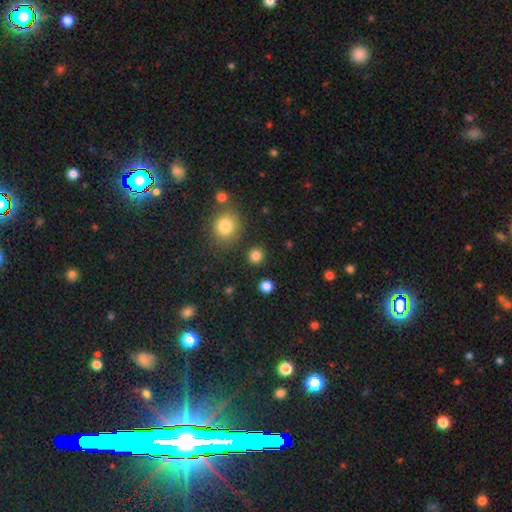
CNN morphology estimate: Smooth or featured?
  - smooth: 84% *
  - star or artifact: 13%
  - featured or disk: 4%
How rounded?
  - round: 91% *
  - in between: 8%
  - cigar-shaped: 1%
Merging?
  - none: 89% *
  - minor disturbance: 5%
  - merger: 3%
  - major disturbance: 2%